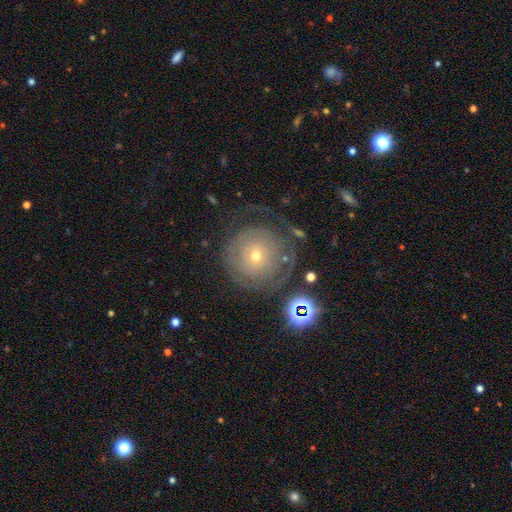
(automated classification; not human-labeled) The model was most divided on "bulge size": small: 65%, moderate: 30%, large: 2%, dominant: 1%, none: 1%. More confident: edge-on disk — no (96%); bar — no (85%); spiral arms — yes (72%); smooth or featured — featured or disk (64%); merging — none (63%).